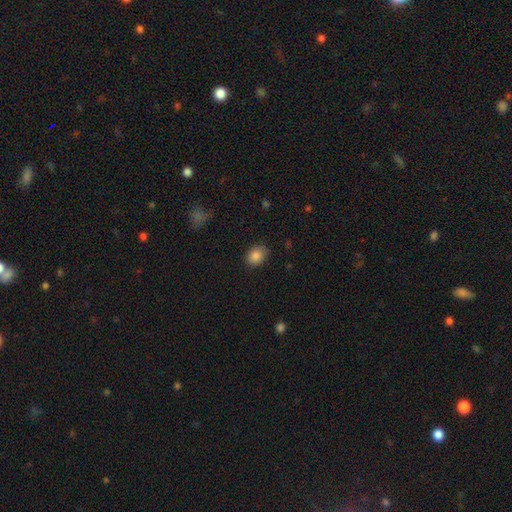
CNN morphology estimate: A smooth galaxy with no disk features (86%) that is in between round and cigar-shaped (64%).

Vote fractions:
- Smooth or featured? smooth: 86% / star or artifact: 9% / featured or disk: 5%
- How rounded? in between: 64% / round: 35% / cigar-shaped: 1%
- Merging? none: 82% / minor disturbance: 14% / major disturbance: 3% / merger: 1%